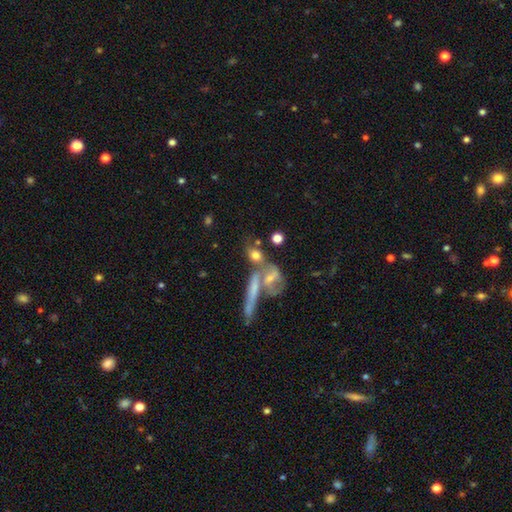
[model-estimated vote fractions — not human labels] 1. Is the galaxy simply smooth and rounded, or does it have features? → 62% smooth, 27% featured or disk, 10% star or artifact.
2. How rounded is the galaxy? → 47% in between, 34% round, 19% cigar-shaped.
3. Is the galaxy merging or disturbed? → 41% merger, 39% none, 12% minor disturbance, 8% major disturbance.